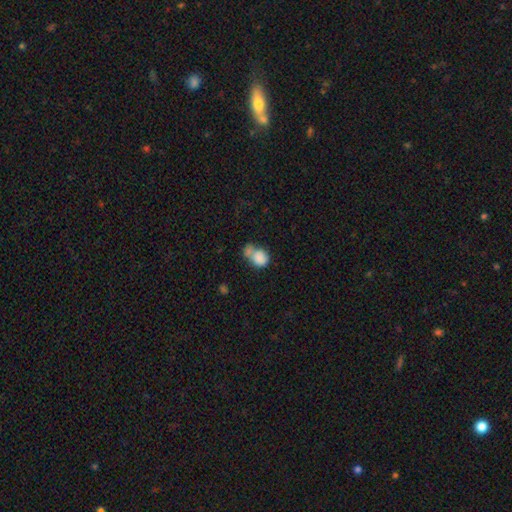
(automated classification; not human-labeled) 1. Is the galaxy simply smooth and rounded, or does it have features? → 82% smooth, 9% featured or disk, 9% star or artifact.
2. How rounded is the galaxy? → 52% round, 47% in between, 1% cigar-shaped.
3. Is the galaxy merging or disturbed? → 50% merger, 26% none, 15% minor disturbance, 9% major disturbance.